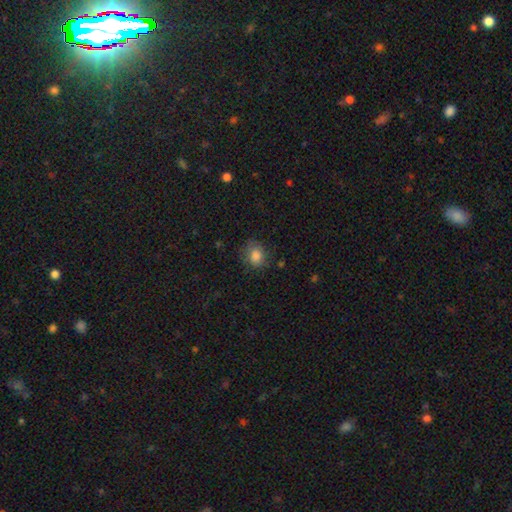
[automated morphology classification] Q: Smooth or featured?
A: smooth (82%); runner-up: featured or disk (9%)
Q: How rounded?
A: round (54%); runner-up: in between (45%)
Q: Merging?
A: none (69%); runner-up: minor disturbance (22%)